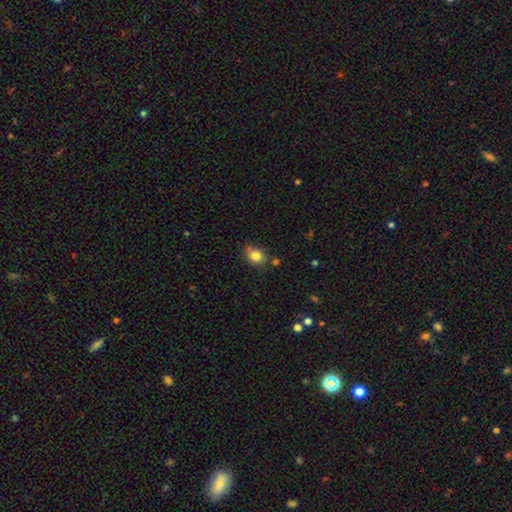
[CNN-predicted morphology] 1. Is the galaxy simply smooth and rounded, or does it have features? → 82% smooth, 11% star or artifact, 7% featured or disk.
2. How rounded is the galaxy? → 59% round, 40% in between, 1% cigar-shaped.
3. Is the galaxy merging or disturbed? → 74% none, 16% minor disturbance, 6% merger, 4% major disturbance.